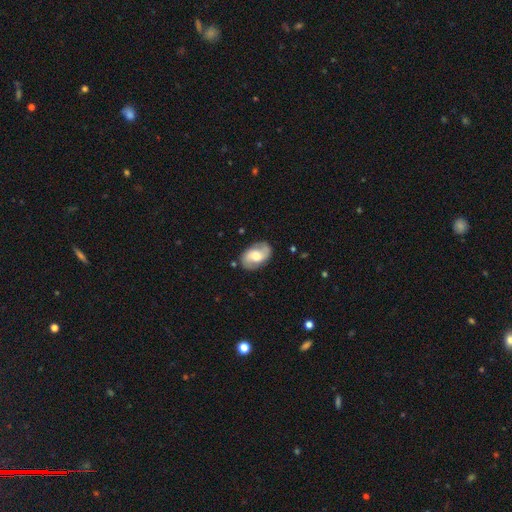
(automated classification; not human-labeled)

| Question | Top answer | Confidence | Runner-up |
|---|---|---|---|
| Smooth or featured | featured or disk | 65% | smooth (29%) |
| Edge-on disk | no | 96% | yes (4%) |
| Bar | no | 45% | weak (42%) |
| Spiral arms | yes | 86% | no (14%) |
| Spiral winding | medium | 45% | loose (30%) |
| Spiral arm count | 2 | 87% | can't tell (8%) |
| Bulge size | moderate | 50% | large (28%) |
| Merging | none | 79% | minor disturbance (15%) |